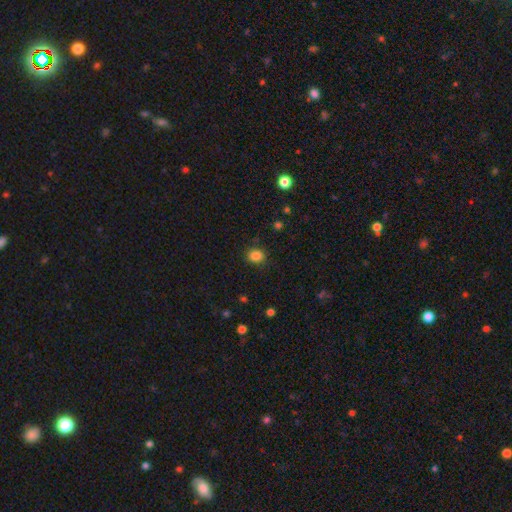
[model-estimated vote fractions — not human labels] This is clearly a smooth galaxy (85%). How rounded: possibly round (59%). Merging: clearly none (86%).